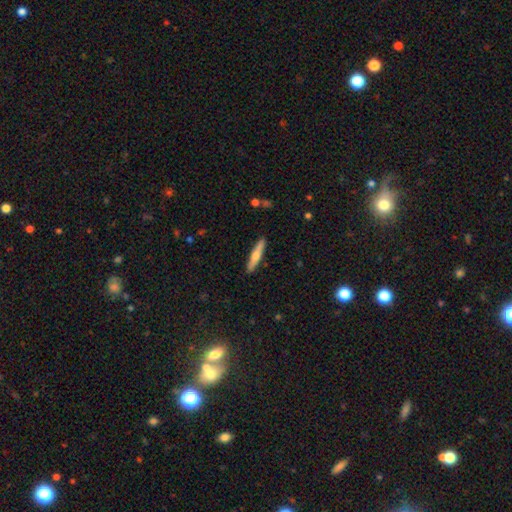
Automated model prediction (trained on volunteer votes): smooth-or-featured: smooth: 51% | featured or disk: 43% | star or artifact: 6%
  how-rounded: cigar-shaped: 87% | in between: 11% | round: 2%
  merging: none: 90% | minor disturbance: 7% | major disturbance: 1% | merger: 1%